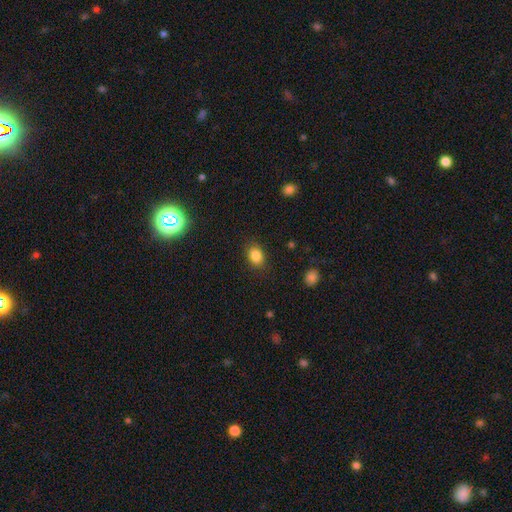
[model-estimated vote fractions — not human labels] Morphology: type=smooth (84%); roundness=in between (64%); merging=none (86%).